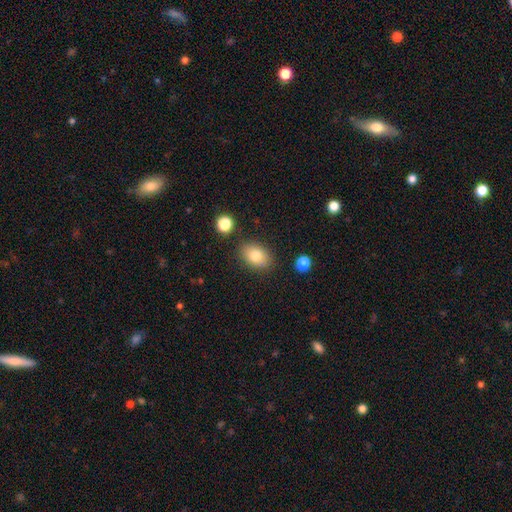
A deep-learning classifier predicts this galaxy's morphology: A smooth galaxy with no disk features (80%) that is in between round and cigar-shaped (78%). Merging: none (84%).